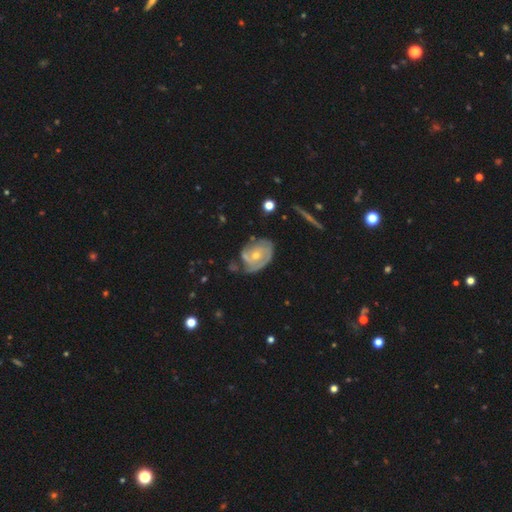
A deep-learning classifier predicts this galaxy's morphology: A featured or disk galaxy (79%) with no bar (71%), 2 (37%) tight (62%) spiral arms (87%) and a moderate central bulge (51%). Merging: none (51%).